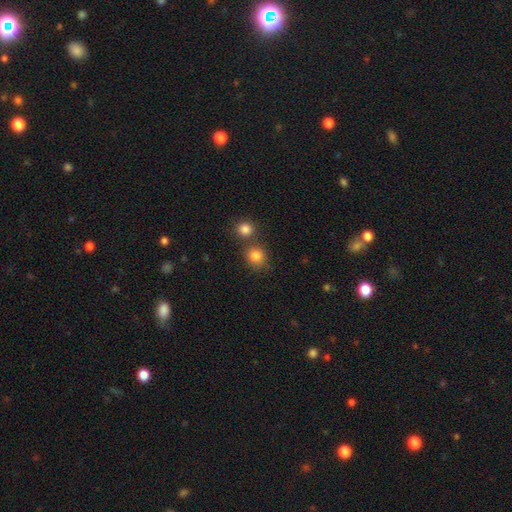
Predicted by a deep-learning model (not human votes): Morphology: type=smooth (82%); roundness=round (82%); merging=none (61%).